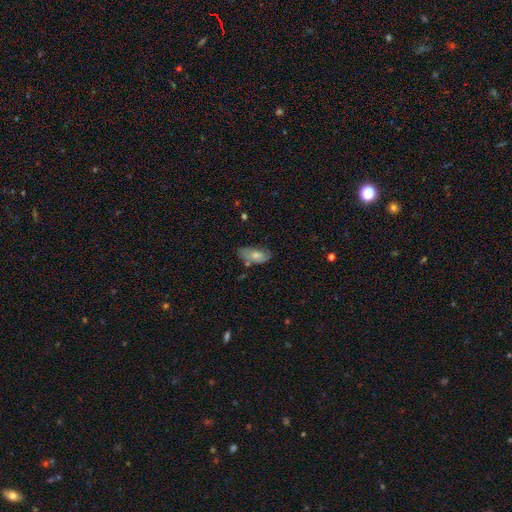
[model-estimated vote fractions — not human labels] smooth_or_featured: smooth (p=0.63) [alt: featured or disk p=0.29]
how_rounded: in between (p=0.90) [alt: cigar-shaped p=0.06]
merging: none (p=0.49) [alt: minor disturbance p=0.33]